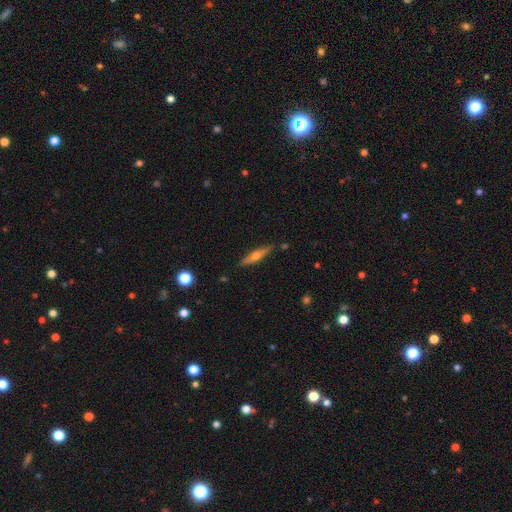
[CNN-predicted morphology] smooth-or-featured: featured or disk: 64% | smooth: 29% | star or artifact: 7%
  disk-edge-on: yes: 96% | no: 4%
    edge-on-bulge: rounded: 89% | none: 7% | boxy: 4%
  merging: none: 88% | minor disturbance: 9% | merger: 2% | major disturbance: 2%